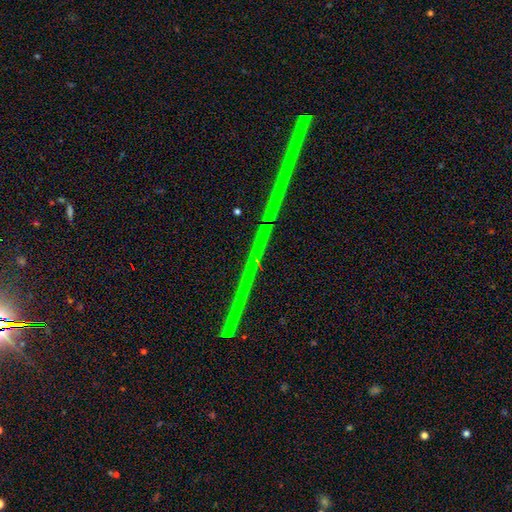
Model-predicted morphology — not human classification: This is clearly a star or artifact rather than a galaxy (83%).